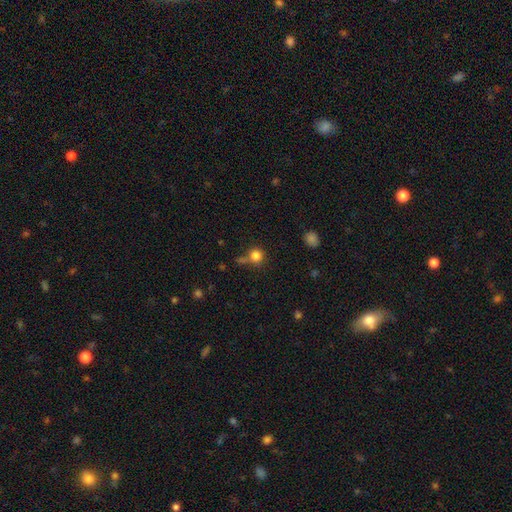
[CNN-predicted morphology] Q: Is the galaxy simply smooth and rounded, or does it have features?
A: smooth — 82%.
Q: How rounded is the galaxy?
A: round — 91%.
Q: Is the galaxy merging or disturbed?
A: none — 65%.